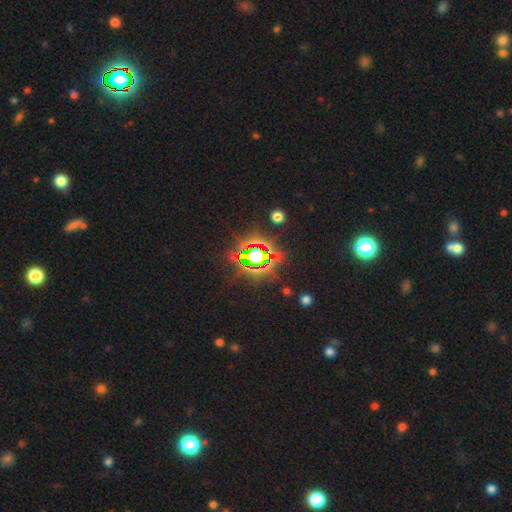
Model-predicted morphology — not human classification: smooth-or-featured: star or artifact: 76% | smooth: 12% | featured or disk: 11%